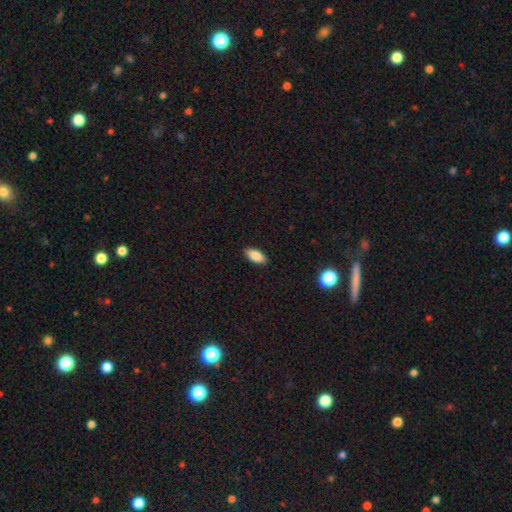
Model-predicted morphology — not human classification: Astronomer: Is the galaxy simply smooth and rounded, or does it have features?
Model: smooth — 86%.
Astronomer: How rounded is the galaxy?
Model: in between — 90%.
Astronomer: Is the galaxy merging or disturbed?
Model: none — 89%.